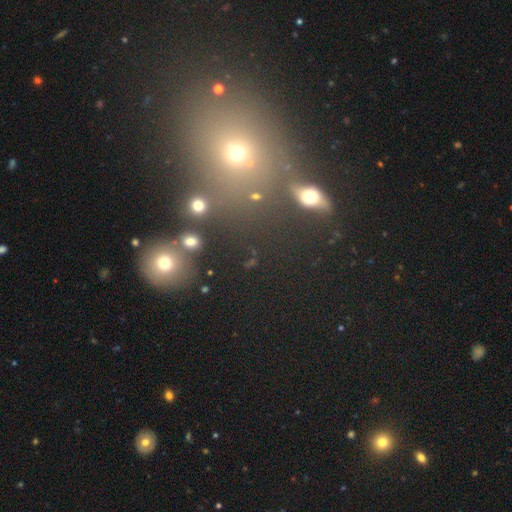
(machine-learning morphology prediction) Smooth or featured? star or artifact (48%)